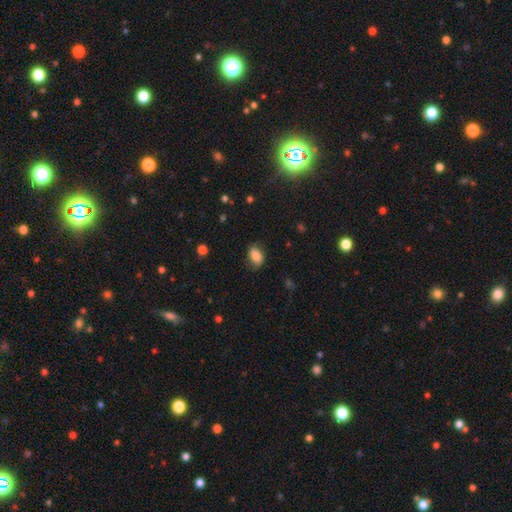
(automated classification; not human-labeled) smooth-or-featured: smooth: 81% | featured or disk: 11% | star or artifact: 8%
  how-rounded: in between: 84% | round: 14% | cigar-shaped: 2%
  merging: none: 72% | minor disturbance: 21% | major disturbance: 6% | merger: 1%